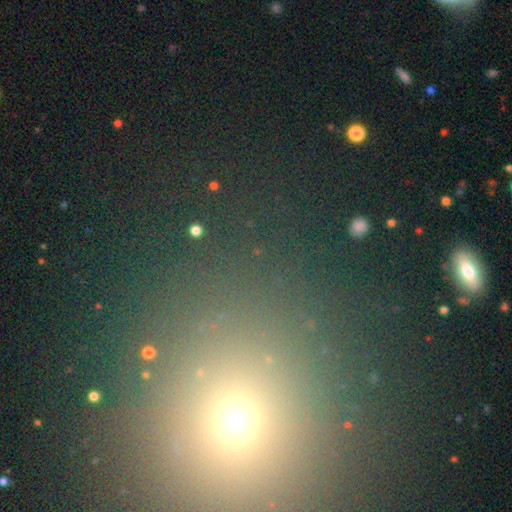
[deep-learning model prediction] This is possibly a smooth galaxy (46%). Merging: clearly none (85%).